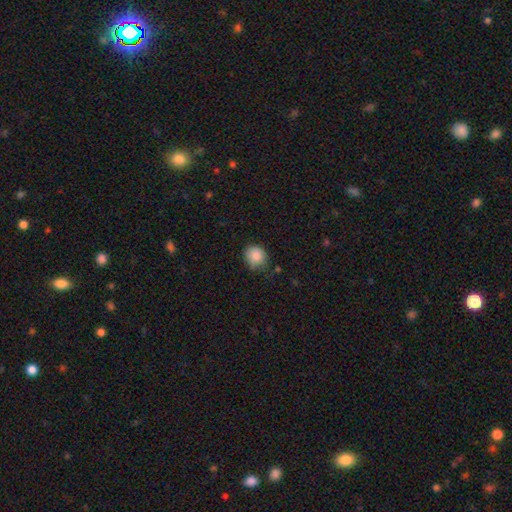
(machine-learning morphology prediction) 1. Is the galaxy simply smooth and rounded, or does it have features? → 86% smooth, 9% star or artifact, 5% featured or disk.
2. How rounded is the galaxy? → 79% round, 20% in between, 1% cigar-shaped.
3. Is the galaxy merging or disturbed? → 68% none, 25% minor disturbance, 4% major disturbance, 2% merger.